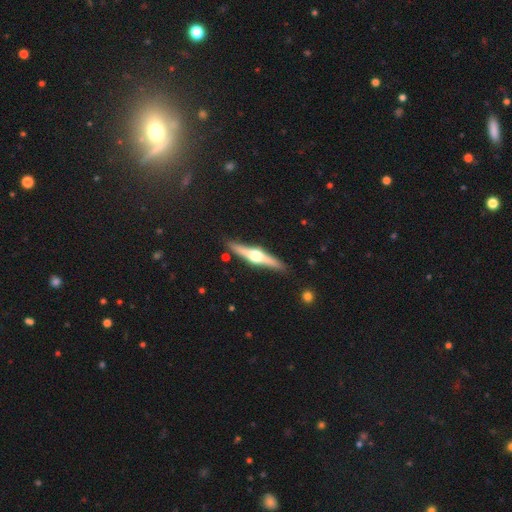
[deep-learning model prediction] Smooth or featured? featured or disk (77%)
Edge-on disk? yes (98%)
Edge-on bulge? rounded (95%)
Merging? none (88%)